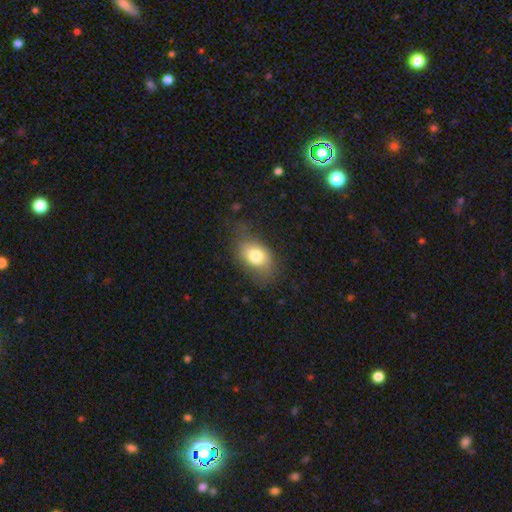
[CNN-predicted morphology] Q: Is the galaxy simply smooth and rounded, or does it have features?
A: smooth — 76%.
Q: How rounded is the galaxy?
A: in between — 76%.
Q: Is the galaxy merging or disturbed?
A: none — 61%.